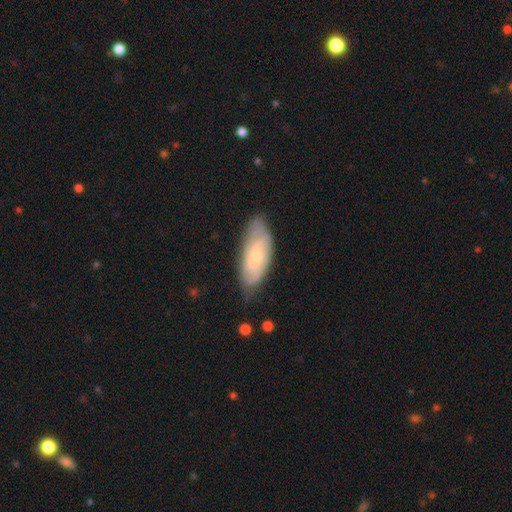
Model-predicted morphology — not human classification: Smooth or featured? Predicted: featured or disk (p=0.49). Merging? Predicted: none (p=0.71).